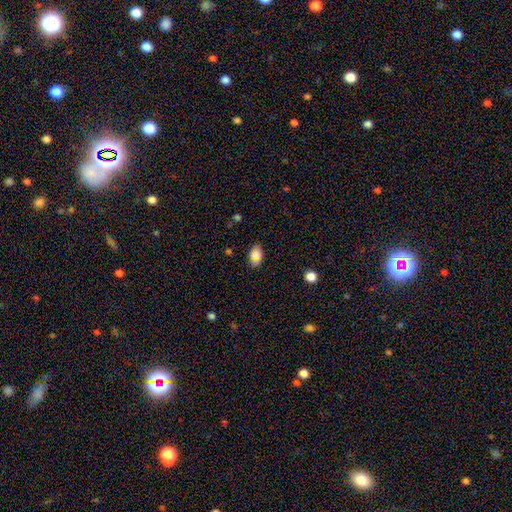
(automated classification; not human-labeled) This appears to be a smooth galaxy with no disk features (84%) that is in between round and cigar-shaped (90%). Merging: none (84%).